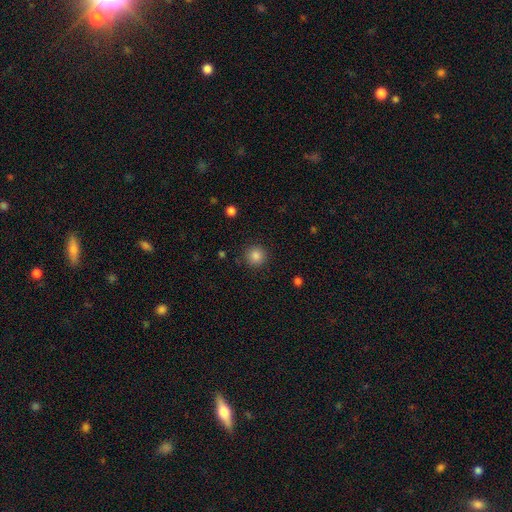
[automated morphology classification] Smooth or featured: smooth — 85% (star or artifact — 11%)
How rounded: round — 94% (in between — 5%)
Merging: none — 90% (minor disturbance — 6%)